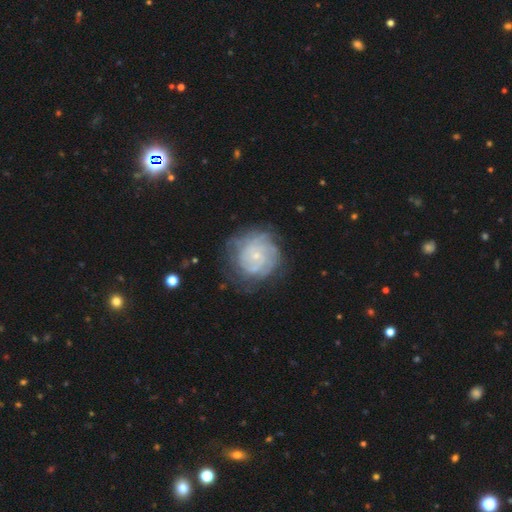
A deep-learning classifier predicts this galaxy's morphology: This appears to be a featured or disk galaxy (74%) with no bar (81%), tight (76%) spiral arms (88%) and a small central bulge (82%). Merging: none (71%).